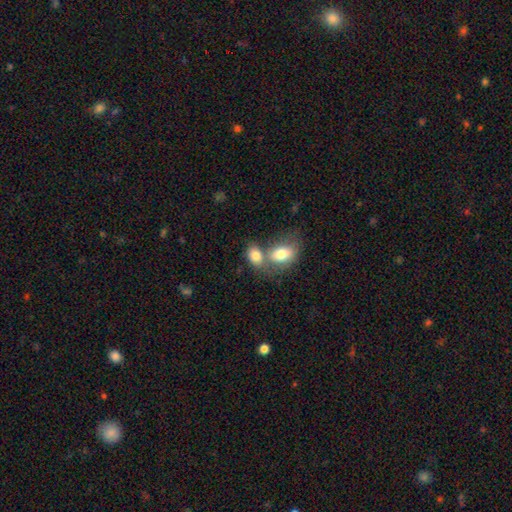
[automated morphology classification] This appears to be a smooth galaxy with no disk features (81%) that is in between round and cigar-shaped (80%). Merging: merger (59%).